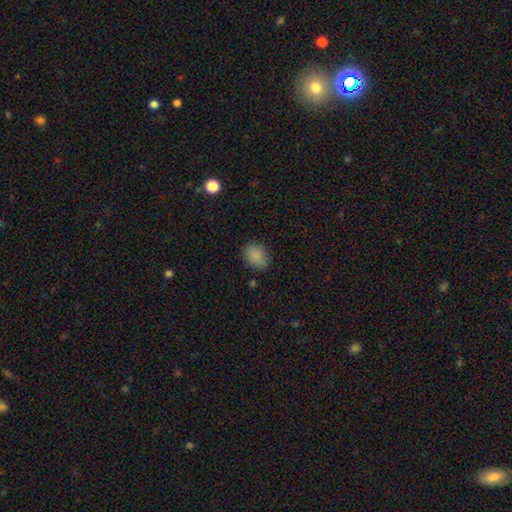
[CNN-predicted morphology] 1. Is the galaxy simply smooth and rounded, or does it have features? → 87% smooth, 9% star or artifact, 4% featured or disk.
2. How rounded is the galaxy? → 53% in between, 46% round, 1% cigar-shaped.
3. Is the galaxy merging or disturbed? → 86% none, 10% minor disturbance, 3% major disturbance, 1% merger.